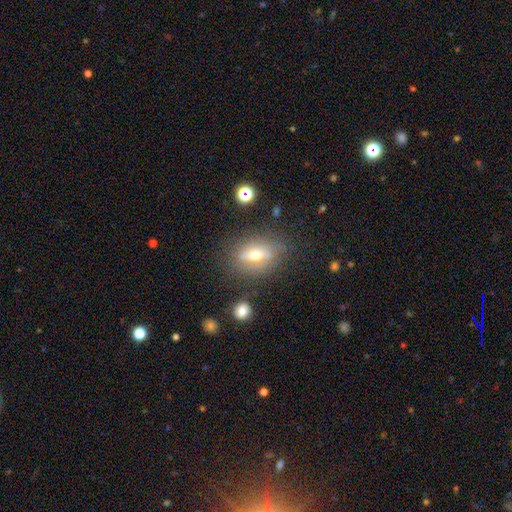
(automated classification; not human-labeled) A featured or disk galaxy (46%).

Vote fractions:
- Smooth or featured? featured or disk: 46% / smooth: 43% / star or artifact: 11%
- Merging? none: 71% / minor disturbance: 17% / major disturbance: 8% / merger: 4%